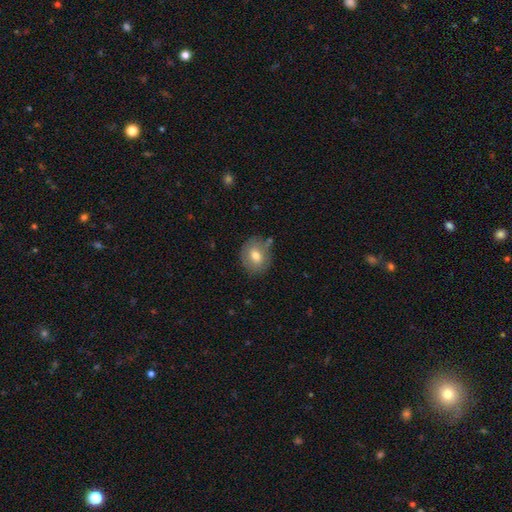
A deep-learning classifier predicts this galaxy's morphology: smooth-or-featured: smooth: 71% | featured or disk: 21% | star or artifact: 8%
  how-rounded: round: 65% | in between: 34% | cigar-shaped: 1%
  merging: none: 76% | minor disturbance: 16% | major disturbance: 4% | merger: 4%